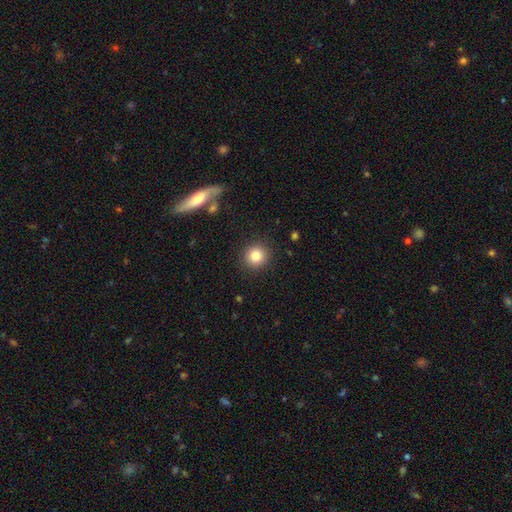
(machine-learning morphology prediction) Q: Smooth or featured?
A: smooth (83%); runner-up: star or artifact (10%)
Q: How rounded?
A: round (91%); runner-up: in between (8%)
Q: Merging?
A: none (90%); runner-up: minor disturbance (6%)